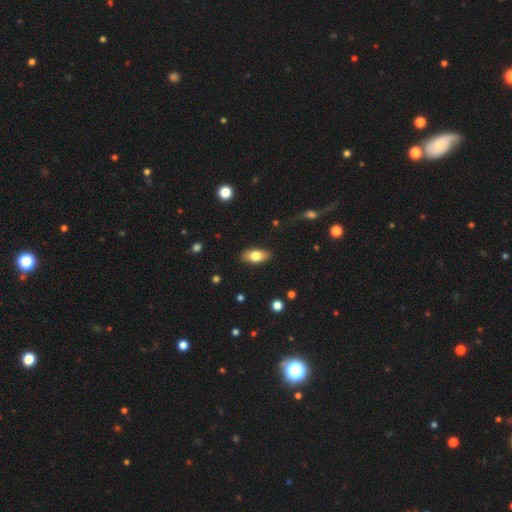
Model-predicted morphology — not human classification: smooth-or-featured: smooth: 75% | featured or disk: 19% | star or artifact: 7%
  how-rounded: in between: 88% | cigar-shaped: 8% | round: 4%
  merging: none: 87% | minor disturbance: 10% | major disturbance: 2% | merger: 1%